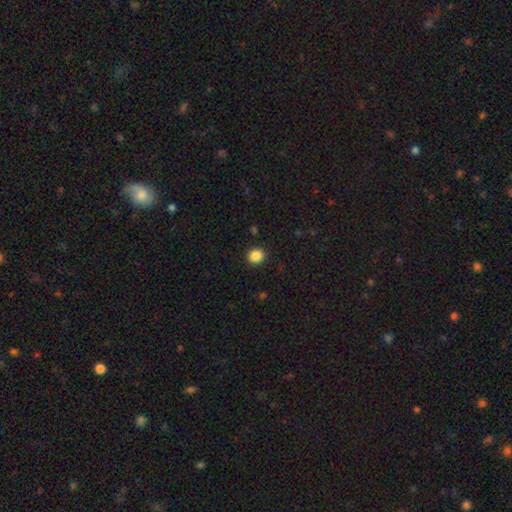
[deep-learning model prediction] Smooth or featured? Predicted: smooth (p=0.87). How rounded? Predicted: round (p=0.80). Merging? Predicted: none (p=0.91).